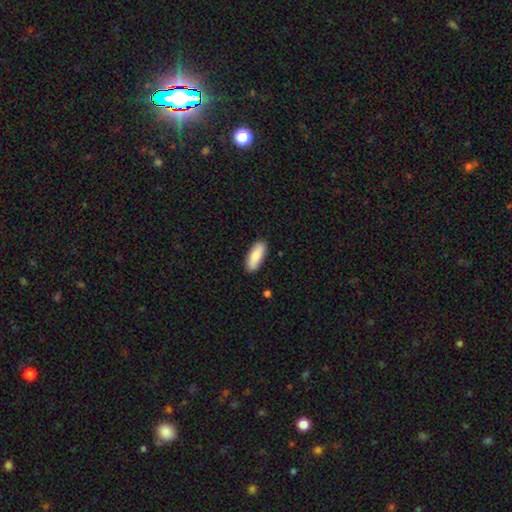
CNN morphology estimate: smooth-or-featured: smooth: 81% | featured or disk: 13% | star or artifact: 6%
  how-rounded: in between: 76% | cigar-shaped: 22% | round: 2%
  merging: none: 88% | minor disturbance: 9% | major disturbance: 2% | merger: 1%